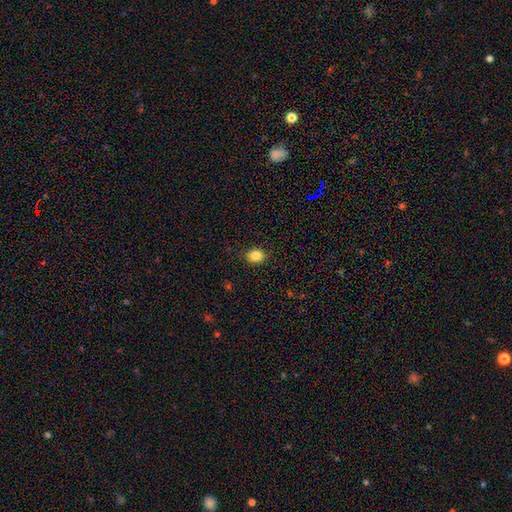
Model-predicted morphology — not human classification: Smooth or featured? smooth (85%)
How rounded? in between (52%)
Merging? none (87%)